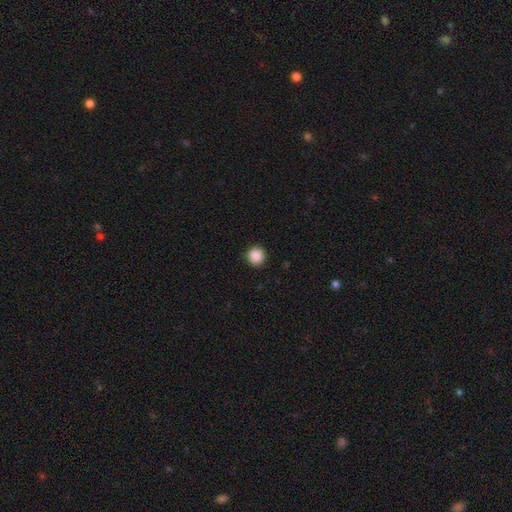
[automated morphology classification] A smooth galaxy with no disk features (88%) that is round (93%).

Vote fractions:
- Smooth or featured? smooth: 88% / star or artifact: 9% / featured or disk: 3%
- How rounded? round: 93% / in between: 6% / cigar-shaped: 1%
- Merging? none: 91% / minor disturbance: 6% / major disturbance: 2% / merger: 1%